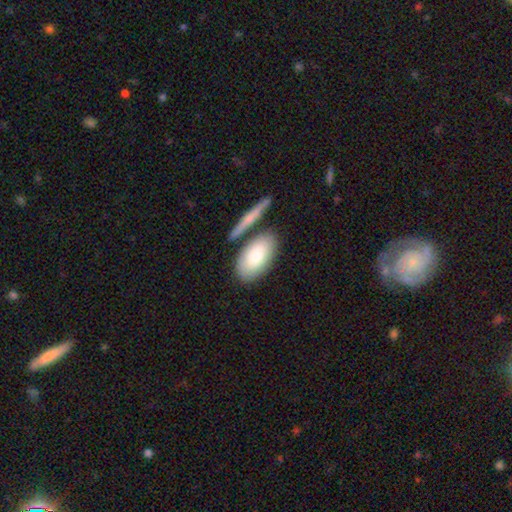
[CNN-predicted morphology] Smooth or featured: smooth — 78% (featured or disk — 17%)
How rounded: in between — 92% (round — 4%)
Merging: none — 68% (merger — 15%)